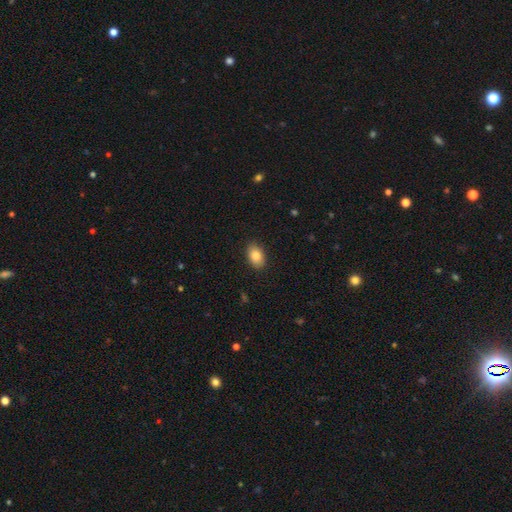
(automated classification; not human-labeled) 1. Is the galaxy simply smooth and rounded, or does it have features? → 85% smooth, 8% star or artifact, 7% featured or disk.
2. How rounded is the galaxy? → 87% in between, 12% round, 1% cigar-shaped.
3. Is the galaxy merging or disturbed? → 89% none, 8% minor disturbance, 2% major disturbance, 1% merger.